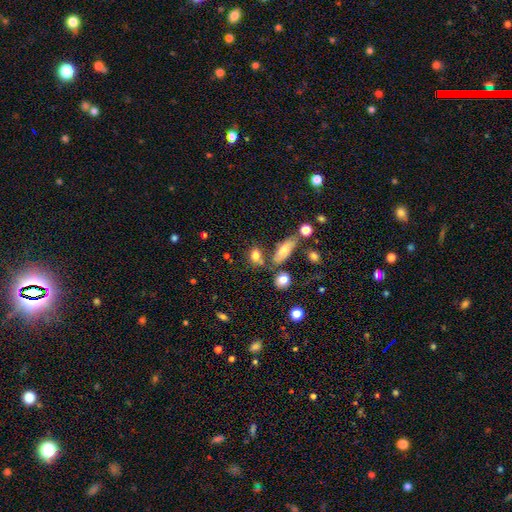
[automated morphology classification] A smooth galaxy with no disk features (78%) that is in between round and cigar-shaped (56%). Merging: none (65%).